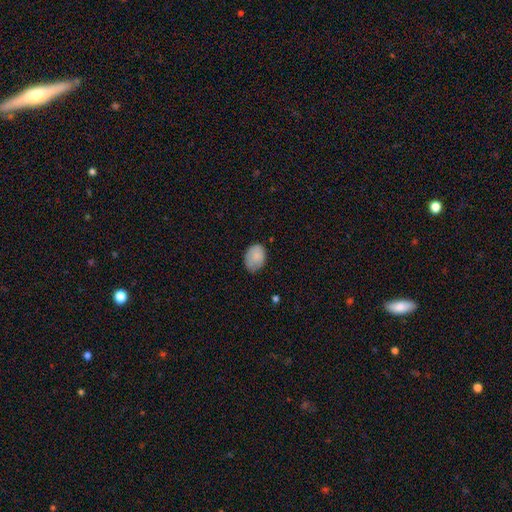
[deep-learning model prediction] The model was most divided on "merging": none: 65%, minor disturbance: 28%, major disturbance: 6%, merger: 1%. More confident: smooth or featured — smooth (83%); how rounded — in between (78%).